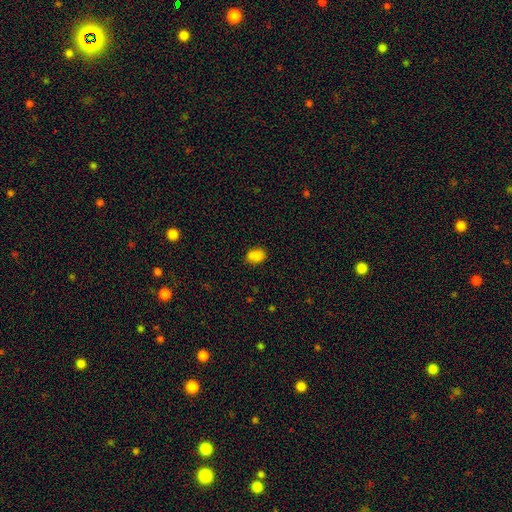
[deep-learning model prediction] This appears to be a smooth galaxy with no disk features (85%) that is in between round and cigar-shaped (78%). Merging: none (83%).